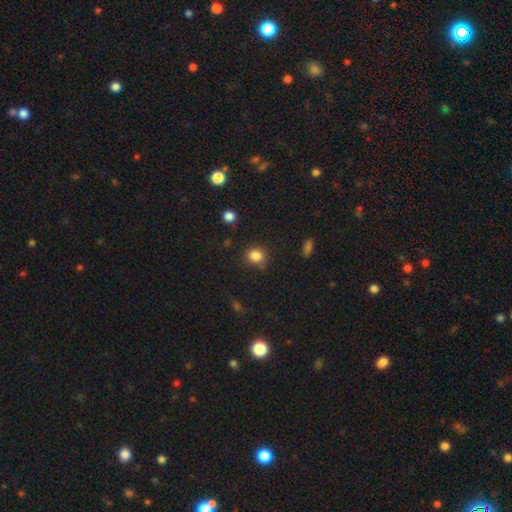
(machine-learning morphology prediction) A smooth galaxy with no disk features (84%) that is round (80%). Merging: none (77%).